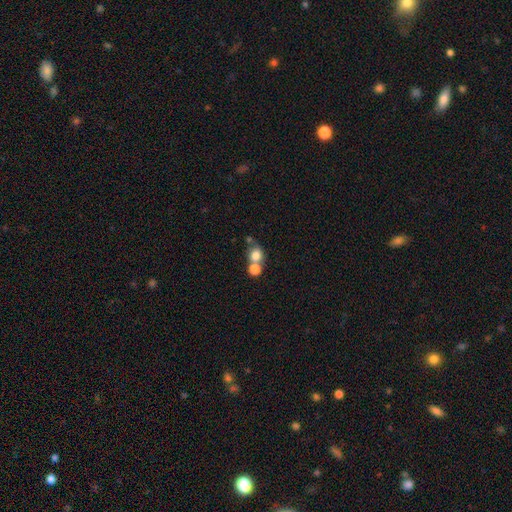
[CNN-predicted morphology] Overall: smooth (76%). How rounded: round (70%). Merging: merger (47%; none 40%).